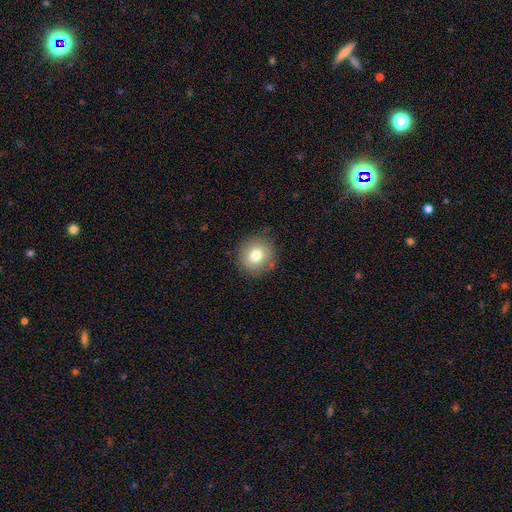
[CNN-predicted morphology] Smooth or featured? smooth (78%)
How rounded? round (90%)
Merging? none (87%)